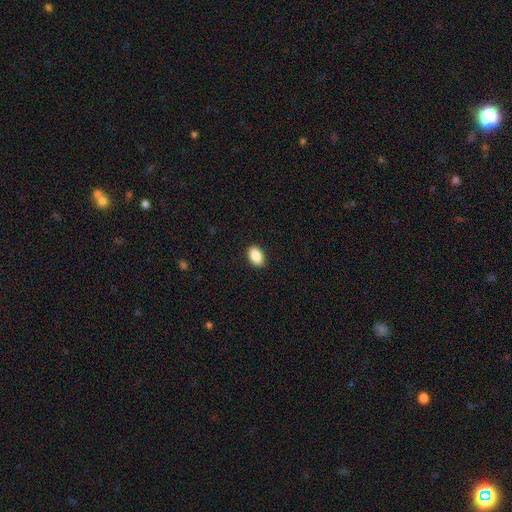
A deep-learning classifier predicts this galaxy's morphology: smooth-or-featured: smooth: 89% | star or artifact: 7% | featured or disk: 4%
  how-rounded: in between: 92% | round: 7% | cigar-shaped: 2%
  merging: none: 90% | minor disturbance: 7% | major disturbance: 2% | merger: 1%